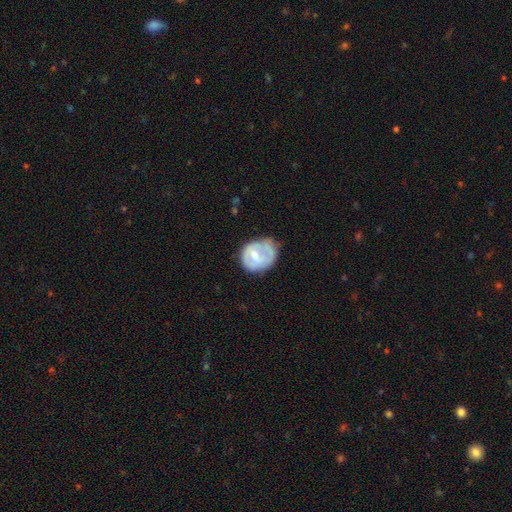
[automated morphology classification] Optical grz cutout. It shows a featured or disk galaxy (52%) with a weak bar (50%), no spiral arms (53%) and a moderate central bulge (57%). Merging: none (40%).